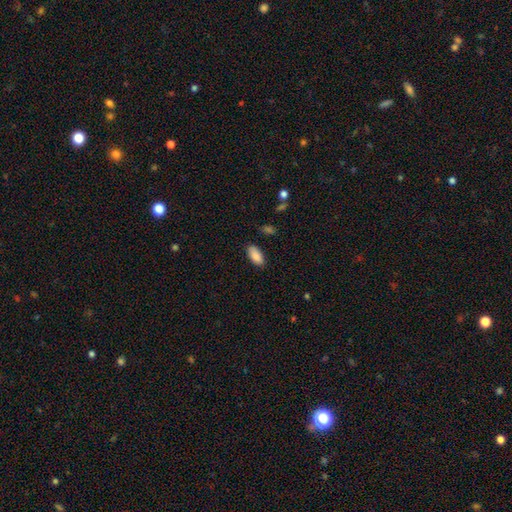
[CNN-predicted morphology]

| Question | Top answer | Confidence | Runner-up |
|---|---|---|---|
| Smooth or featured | smooth | 88% | star or artifact (7%) |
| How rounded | in between | 91% | cigar-shaped (7%) |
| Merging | none | 85% | minor disturbance (11%) |